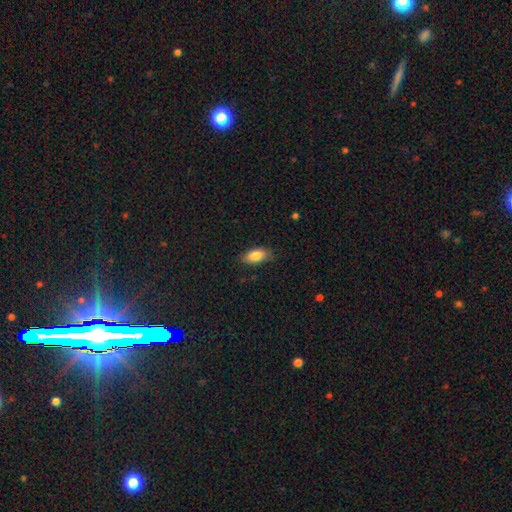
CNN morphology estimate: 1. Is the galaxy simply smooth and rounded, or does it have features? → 84% smooth, 9% featured or disk, 7% star or artifact.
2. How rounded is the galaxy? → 90% in between, 6% cigar-shaped, 3% round.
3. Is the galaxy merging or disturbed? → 78% none, 18% minor disturbance, 3% major disturbance, 1% merger.